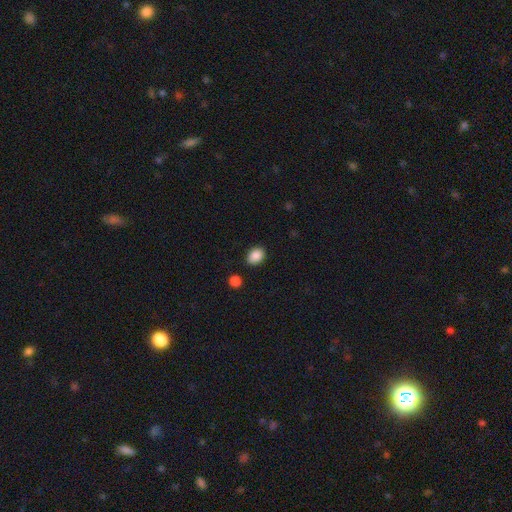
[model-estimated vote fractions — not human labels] Overall: smooth (89%). How rounded: in between (75%). Merging: none (85%).